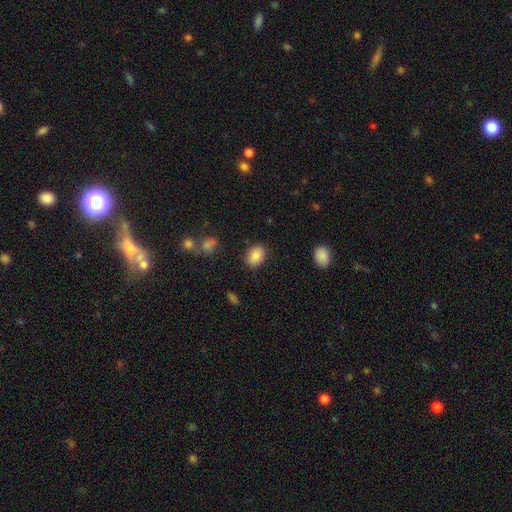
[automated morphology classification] Overall: smooth (85%). How rounded: in between (72%). Merging: none (85%).